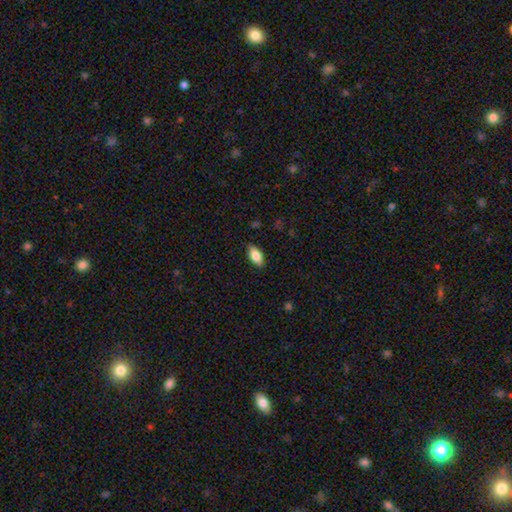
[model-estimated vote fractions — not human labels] Morphology: type=smooth (81%); roundness=in between (89%); merging=none (88%).